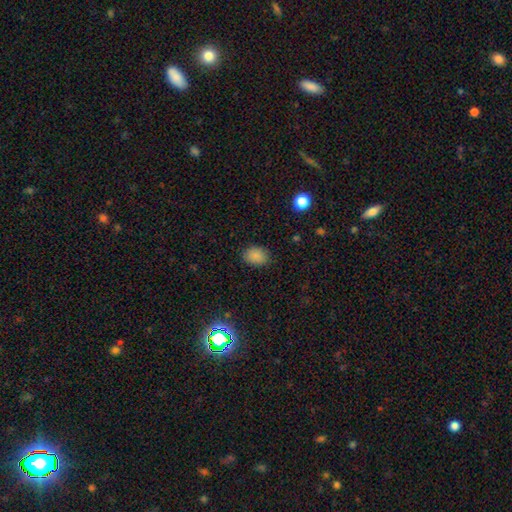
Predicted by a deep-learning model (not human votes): smooth 85%, star or artifact 11%, featured or disk 3%. Down the decision tree: how rounded — in between (69%); merging — none (86%).